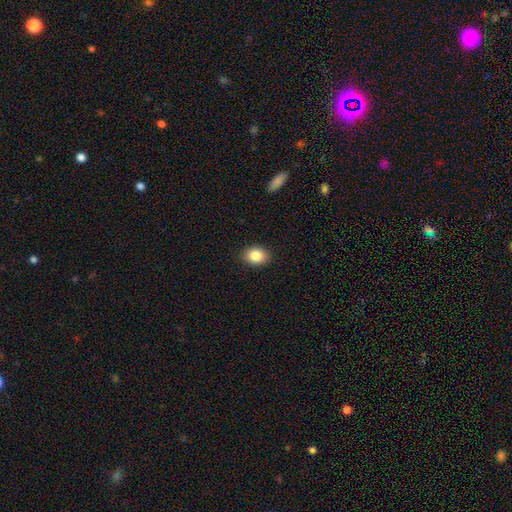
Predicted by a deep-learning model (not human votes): Q: Smooth or featured?
A: smooth (86%); runner-up: star or artifact (9%)
Q: How rounded?
A: in between (56%); runner-up: round (43%)
Q: Merging?
A: none (90%); runner-up: minor disturbance (7%)